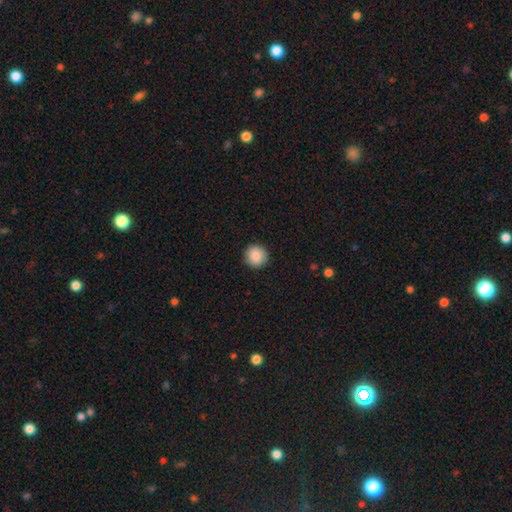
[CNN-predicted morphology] A smooth galaxy with no disk features (88%) that is round (94%). Merging: none (92%).